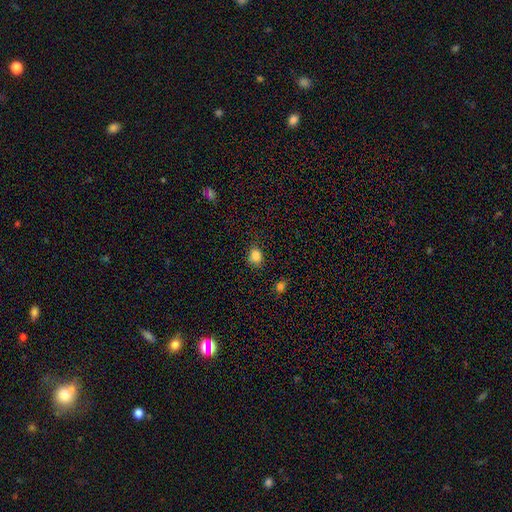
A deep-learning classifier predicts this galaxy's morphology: smooth-or-featured: smooth: 83% | star or artifact: 12% | featured or disk: 5%
  how-rounded: round: 58% | in between: 41% | cigar-shaped: 1%
  merging: none: 78% | minor disturbance: 16% | major disturbance: 3% | merger: 2%